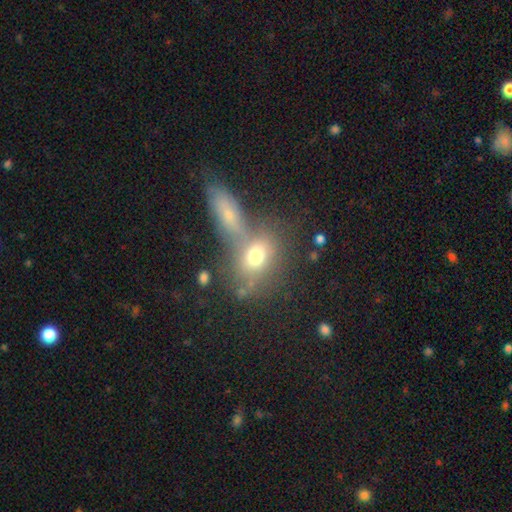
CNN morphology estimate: smooth 69%, featured or disk 18%, star or artifact 13%. Down the decision tree: how rounded — in between (55%); merging — none (45%).